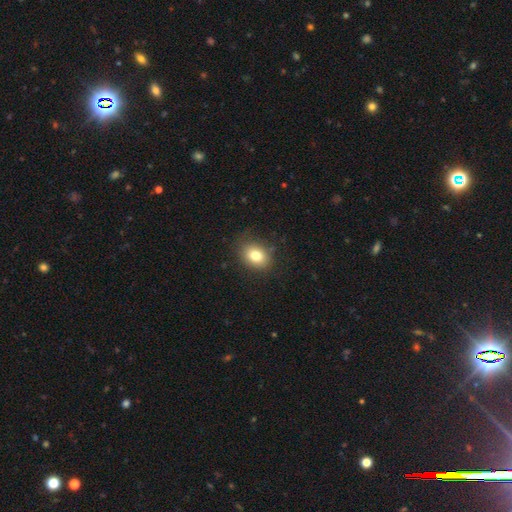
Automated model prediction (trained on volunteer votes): smooth_or_featured: smooth (p=0.79) [alt: star or artifact p=0.11]
how_rounded: in between (p=0.54) [alt: round p=0.45]
merging: none (p=0.81) [alt: minor disturbance p=0.14]